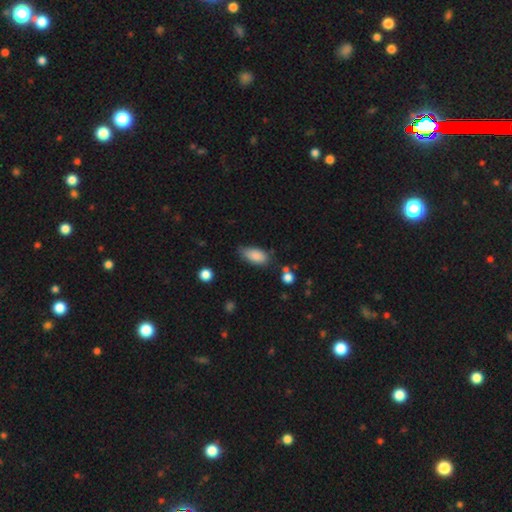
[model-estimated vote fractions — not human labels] Smooth or featured: smooth — 86% (star or artifact — 7%)
How rounded: in between — 90% (cigar-shaped — 7%)
Merging: none — 62% (minor disturbance — 28%)